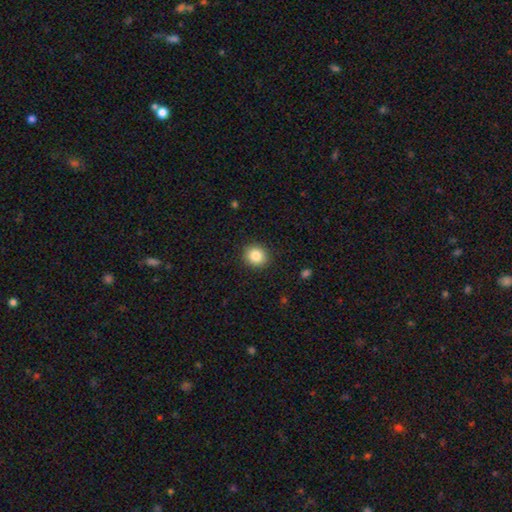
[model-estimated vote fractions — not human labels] Smooth or featured? smooth (85%)
How rounded? round (78%)
Merging? none (90%)